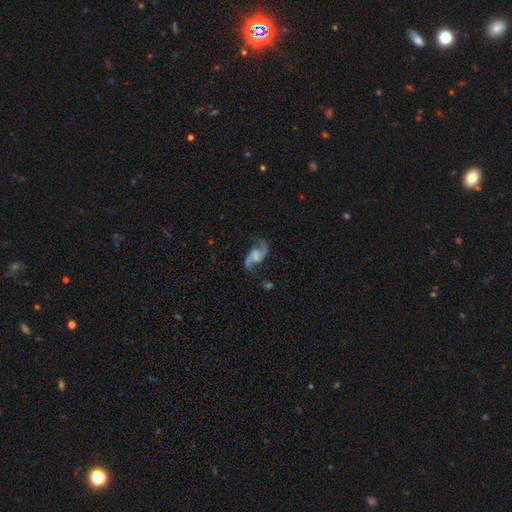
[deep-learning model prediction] featured or disk 83%, smooth 10%, star or artifact 7%. Down the decision tree: edge-on disk — no (97%); bar — weak (44%); spiral arms — yes (95%); spiral arm count — 2 (92%); spiral winding — loose (68%); bulge size — none (39%); merging — none (67%).